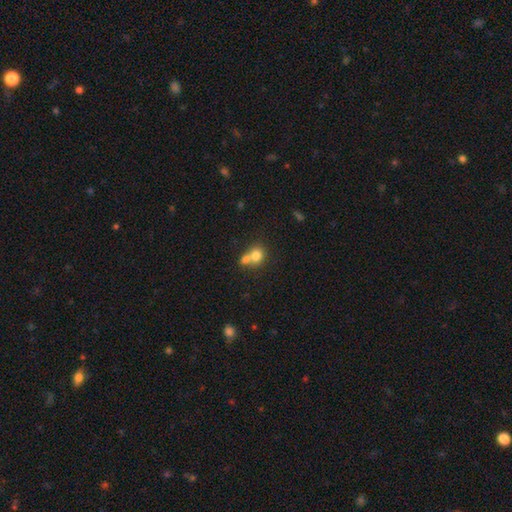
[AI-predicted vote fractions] Smooth or featured: smooth — 75% (featured or disk — 14%)
How rounded: round — 71% (in between — 28%)
Merging: merger — 59% (none — 31%)